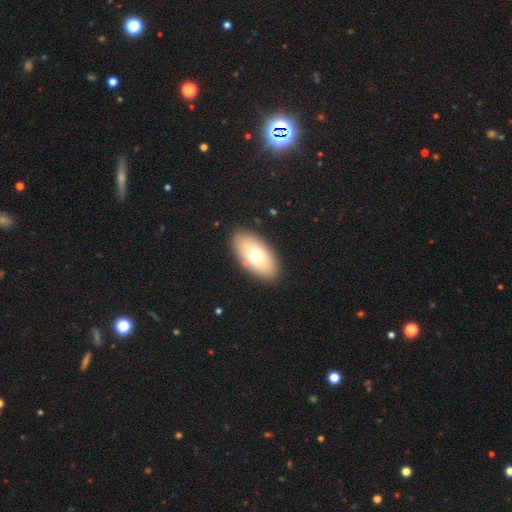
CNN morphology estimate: smooth_or_featured: smooth (p=0.68) [alt: featured or disk p=0.24]
how_rounded: in between (p=0.91) [alt: round p=0.05]
merging: none (p=0.88) [alt: minor disturbance p=0.08]